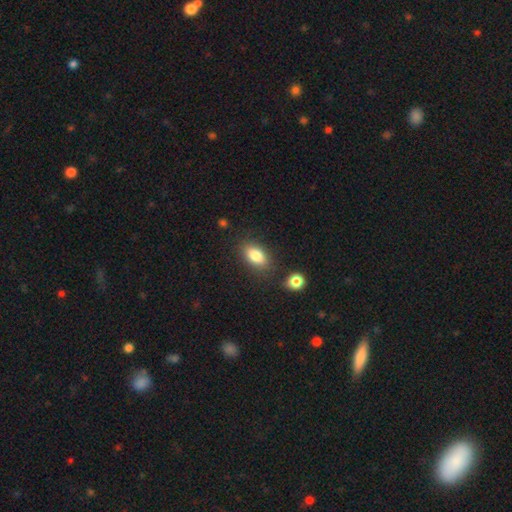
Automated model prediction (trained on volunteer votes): smooth_or_featured: smooth (p=0.83) [alt: featured or disk p=0.09]
how_rounded: in between (p=0.88) [alt: round p=0.08]
merging: none (p=0.80) [alt: minor disturbance p=0.12]